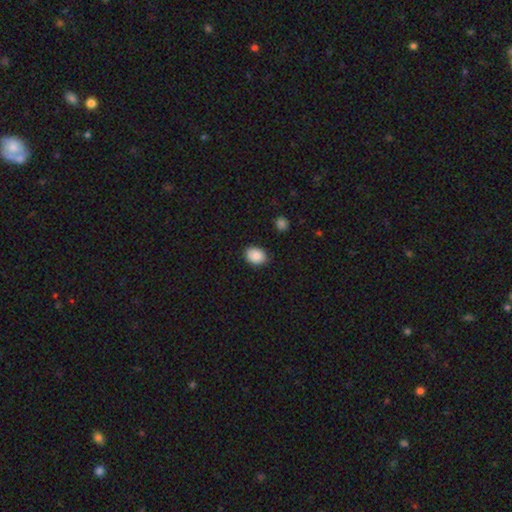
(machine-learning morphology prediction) Q: Smooth or featured?
A: smooth (88%); runner-up: star or artifact (8%)
Q: How rounded?
A: in between (64%); runner-up: round (35%)
Q: Merging?
A: none (82%); runner-up: minor disturbance (14%)